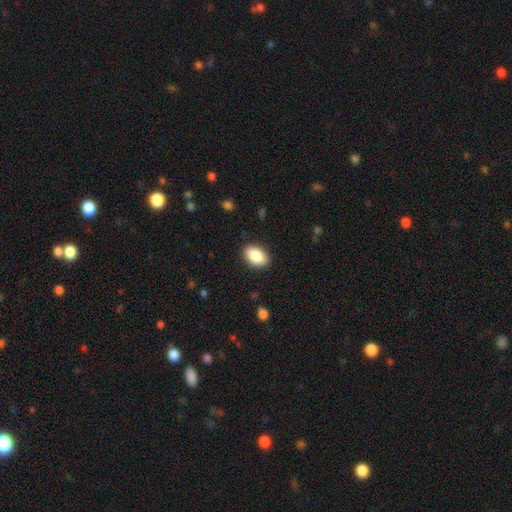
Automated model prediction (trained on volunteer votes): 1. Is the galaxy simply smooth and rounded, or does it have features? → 88% smooth, 7% star or artifact, 5% featured or disk.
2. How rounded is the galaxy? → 90% in between, 8% round, 1% cigar-shaped.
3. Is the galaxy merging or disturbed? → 89% none, 8% minor disturbance, 2% major disturbance, 1% merger.